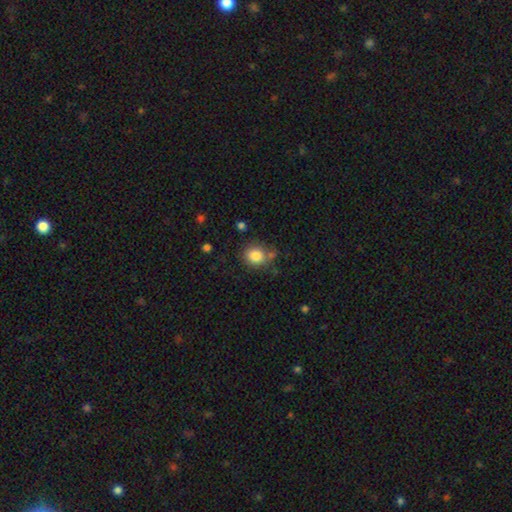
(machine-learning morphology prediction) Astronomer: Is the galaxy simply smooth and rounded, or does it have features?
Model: smooth — 84%.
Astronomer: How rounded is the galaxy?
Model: round — 76%.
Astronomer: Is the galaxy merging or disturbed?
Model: none — 71%.